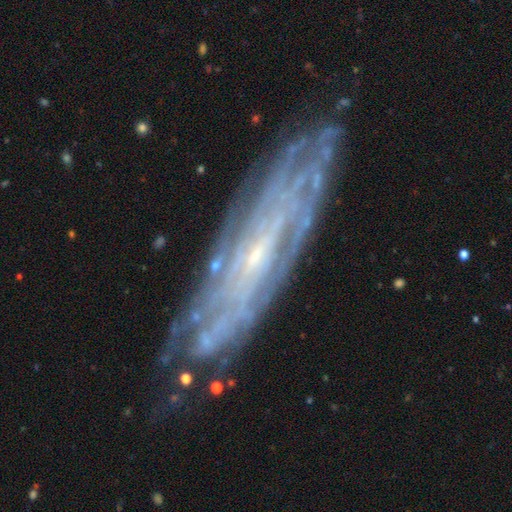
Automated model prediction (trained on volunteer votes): Morphology: type=featured or disk (83%); edge-on=no (77%); bar=no (51%); spiral arms=yes (94%); winding=tight (75%); arm count=can't tell (52%); bulge=small (77%); merging=none (81%).